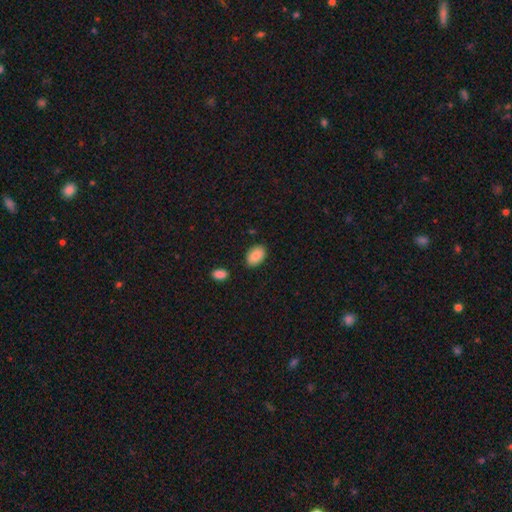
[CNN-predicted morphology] Smooth or featured?
  - smooth: 88% *
  - star or artifact: 7%
  - featured or disk: 5%
How rounded?
  - in between: 90% *
  - round: 9%
  - cigar-shaped: 1%
Merging?
  - none: 83% *
  - minor disturbance: 11%
  - merger: 3%
  - major disturbance: 3%